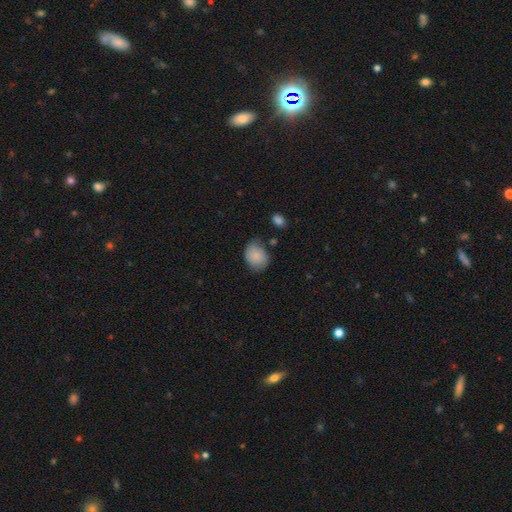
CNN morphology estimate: A smooth galaxy with no disk features (77%) that is in between round and cigar-shaped (52%). Merging: none (61%).